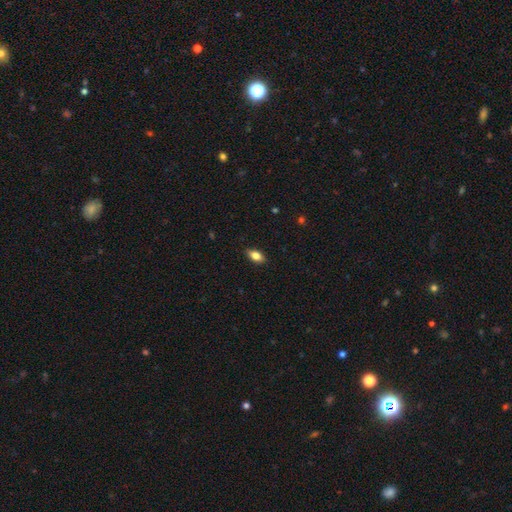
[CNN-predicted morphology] Smooth or featured? Predicted: smooth (p=0.78). How rounded? Predicted: in between (p=0.86). Merging? Predicted: none (p=0.87).